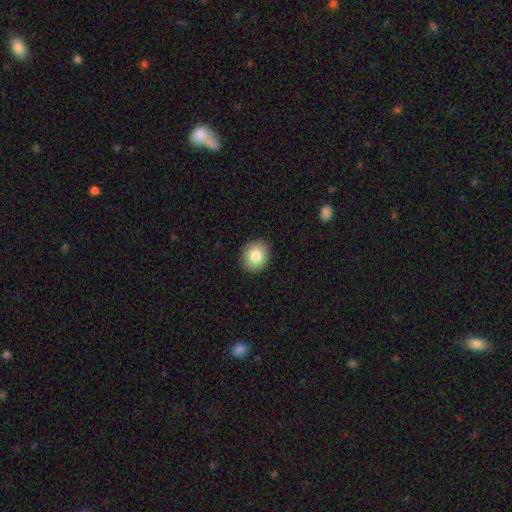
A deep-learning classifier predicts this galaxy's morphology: A smooth galaxy with no disk features (83%) that is round (66%).

Vote fractions:
- Smooth or featured? smooth: 83% / featured or disk: 9% / star or artifact: 8%
- How rounded? round: 66% / in between: 33% / cigar-shaped: 1%
- Merging? none: 91% / minor disturbance: 7% / major disturbance: 2% / merger: 1%